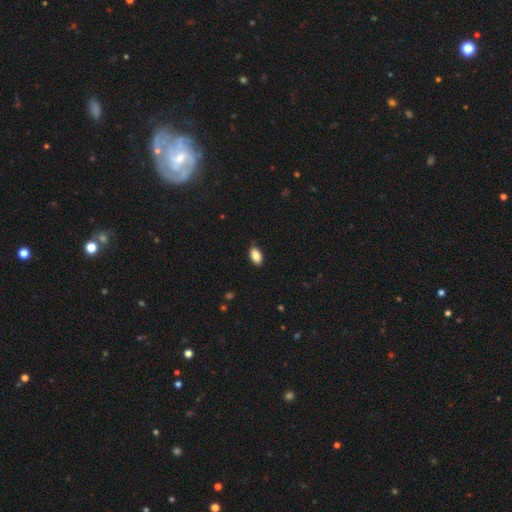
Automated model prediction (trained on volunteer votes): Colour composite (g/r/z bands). It shows a smooth galaxy with no disk features (86%) that is in between round and cigar-shaped (92%). Merging: none (86%).